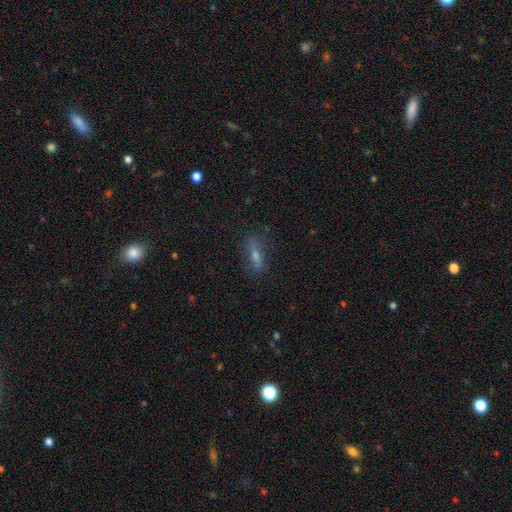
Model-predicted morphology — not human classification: Smooth or featured? smooth (42%)
Merging? none (80%)